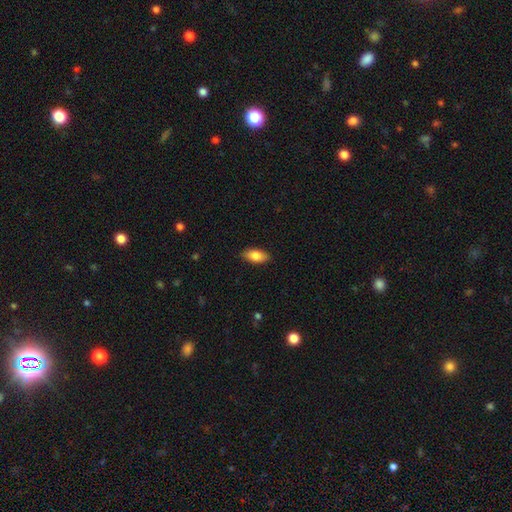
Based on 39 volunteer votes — This is clearly a smooth galaxy (92%). How rounded: clearly in between (89%). Merging: clearly none (89%).